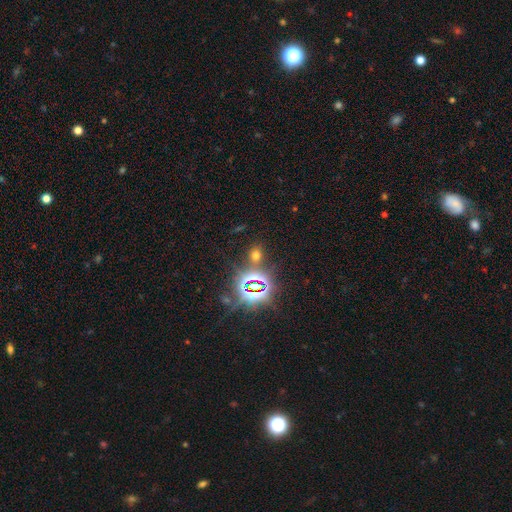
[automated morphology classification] This appears to be a star or artifact, not a galaxy (50%).